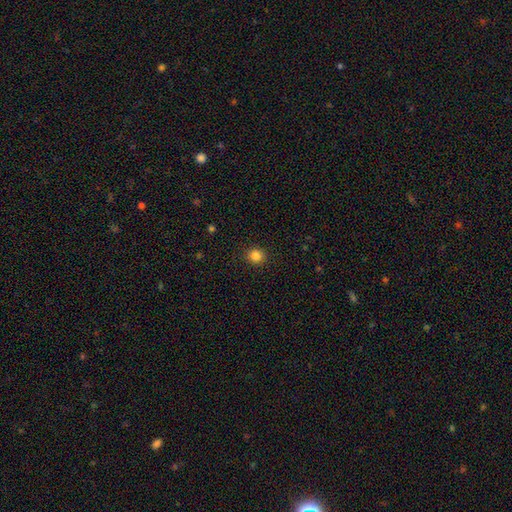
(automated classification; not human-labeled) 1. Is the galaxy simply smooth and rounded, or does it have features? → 84% smooth, 12% star or artifact, 4% featured or disk.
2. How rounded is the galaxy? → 90% round, 9% in between, 1% cigar-shaped.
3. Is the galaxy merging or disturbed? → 92% none, 5% minor disturbance, 2% major disturbance, 1% merger.